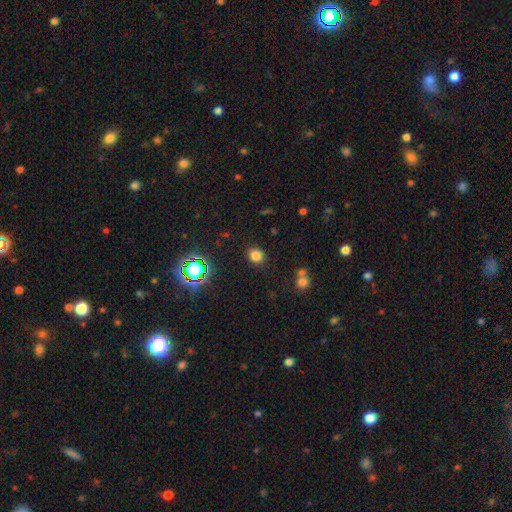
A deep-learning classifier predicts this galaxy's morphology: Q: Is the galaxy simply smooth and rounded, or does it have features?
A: smooth — 77%.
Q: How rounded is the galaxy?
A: round — 63%.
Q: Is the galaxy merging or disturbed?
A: none — 86%.